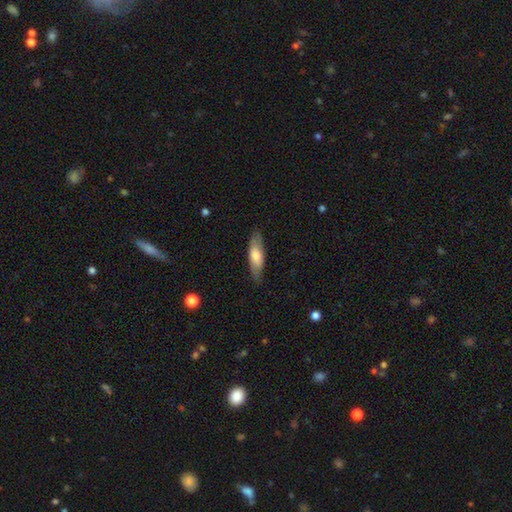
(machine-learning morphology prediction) Overall: smooth (63%; featured or disk 31%). How rounded: cigar-shaped (50%; in between 48%). Merging: none (82%).